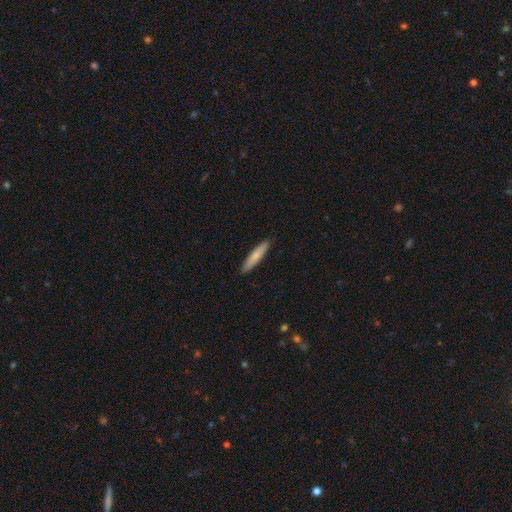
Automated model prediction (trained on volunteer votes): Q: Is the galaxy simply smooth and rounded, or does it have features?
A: smooth — 75%.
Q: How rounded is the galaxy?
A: cigar-shaped — 86%.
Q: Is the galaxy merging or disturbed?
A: none — 90%.